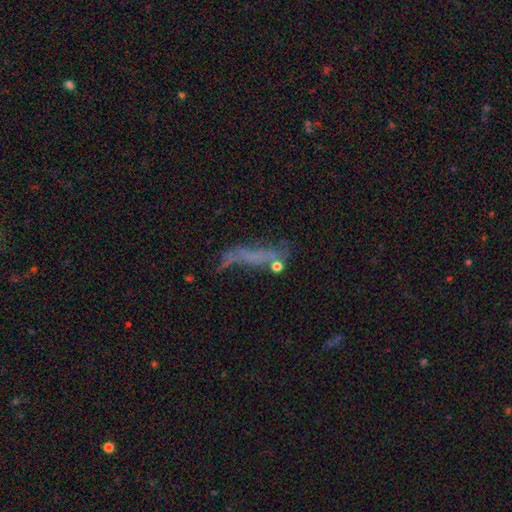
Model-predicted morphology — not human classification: Overall: featured or disk (40%; smooth 38%). Merging: none (37%; major disturbance 29%).